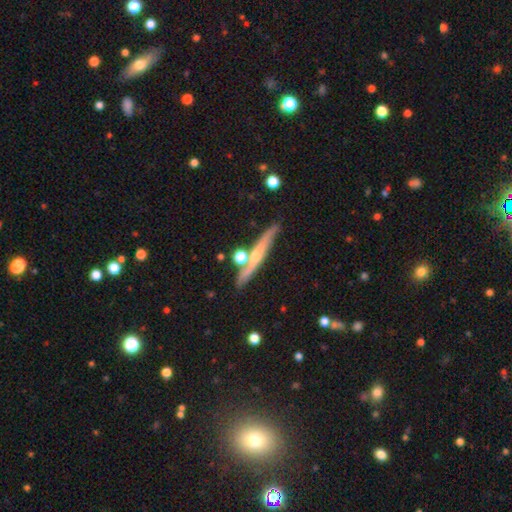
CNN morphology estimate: Overall: featured or disk (63%; smooth 30%). Edge-on disk: yes (93%). Edge-on bulge: rounded (73%). Merging: none (77%).